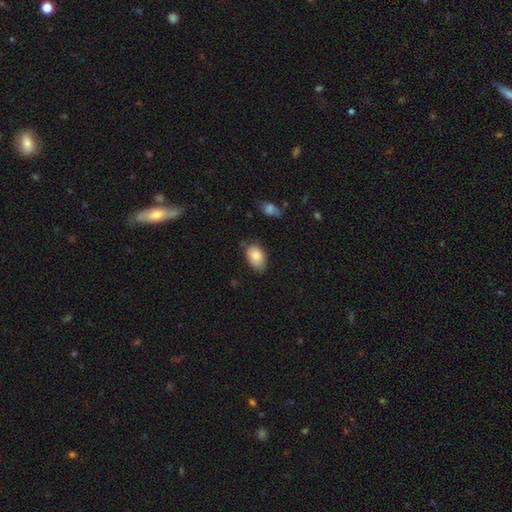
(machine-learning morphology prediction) Smooth or featured? Predicted: smooth (p=0.84). How rounded? Predicted: in between (p=0.90). Merging? Predicted: none (p=0.64).